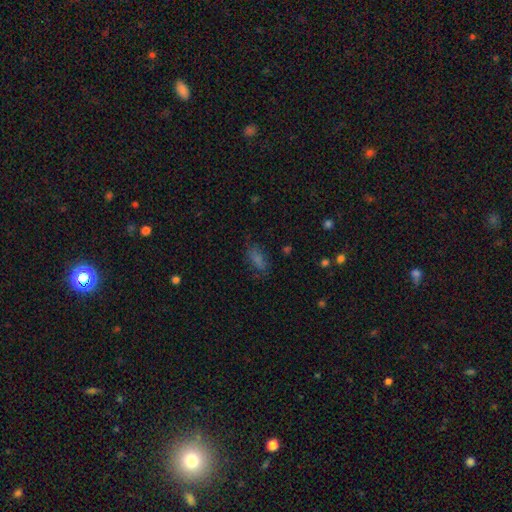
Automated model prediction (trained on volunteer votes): smooth 60%, star or artifact 25%, featured or disk 15%. Down the decision tree: how rounded — in between (79%); merging — none (75%).